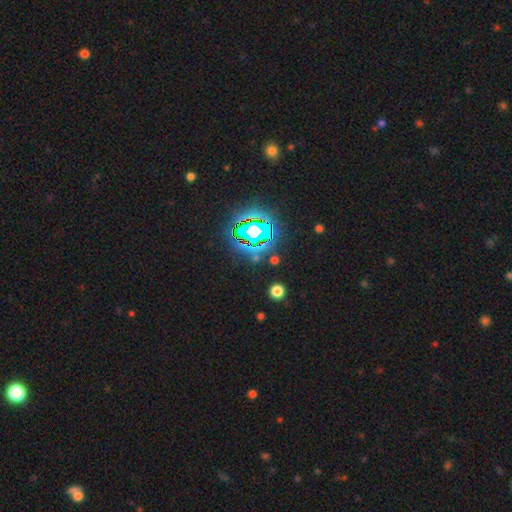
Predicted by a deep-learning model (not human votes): Smooth or featured? Predicted: star or artifact (p=0.74).